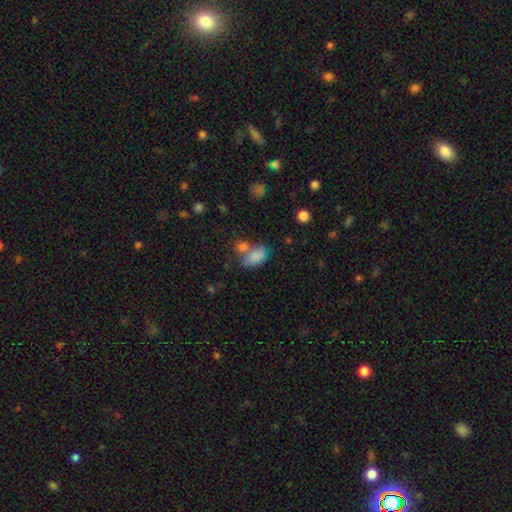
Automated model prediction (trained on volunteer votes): Smooth or featured: smooth — 81% (star or artifact — 10%)
How rounded: in between — 88% (round — 10%)
Merging: none — 38% (merger — 37%)